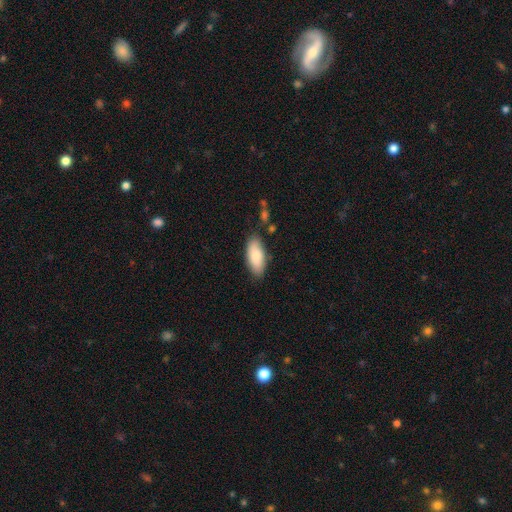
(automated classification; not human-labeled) A smooth galaxy with no disk features (85%) that is in between round and cigar-shaped (84%).

Vote fractions:
- Smooth or featured? smooth: 85% / featured or disk: 9% / star or artifact: 6%
- How rounded? in between: 84% / cigar-shaped: 14% / round: 2%
- Merging? none: 79% / minor disturbance: 15% / major disturbance: 3% / merger: 3%